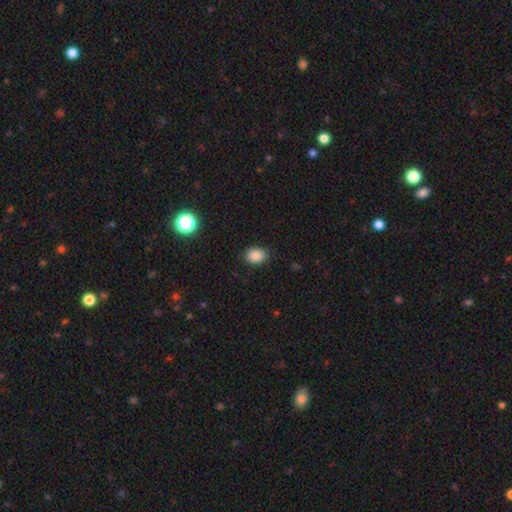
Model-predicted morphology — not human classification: A smooth galaxy with no disk features (86%) that is in between round and cigar-shaped (64%).

Vote fractions:
- Smooth or featured? smooth: 86% / star or artifact: 10% / featured or disk: 4%
- How rounded? in between: 64% / round: 35% / cigar-shaped: 1%
- Merging? none: 87% / minor disturbance: 9% / major disturbance: 2% / merger: 1%